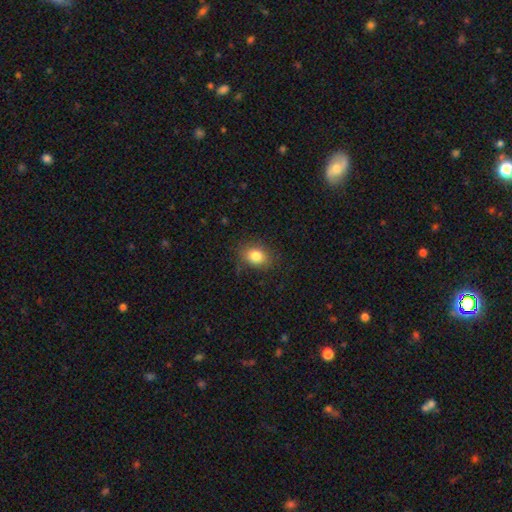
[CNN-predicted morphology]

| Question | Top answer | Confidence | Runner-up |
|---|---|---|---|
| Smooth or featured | smooth | 82% | star or artifact (10%) |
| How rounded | in between | 64% | round (35%) |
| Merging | none | 83% | minor disturbance (13%) |